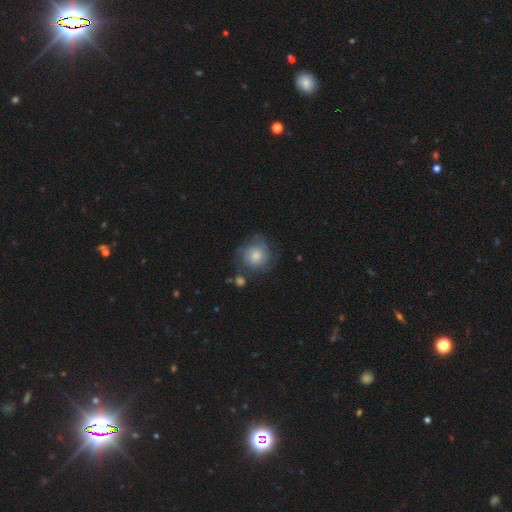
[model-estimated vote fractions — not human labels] This is possibly a smooth galaxy (56%). How rounded: clearly round (87%). Merging: likely none (63%).